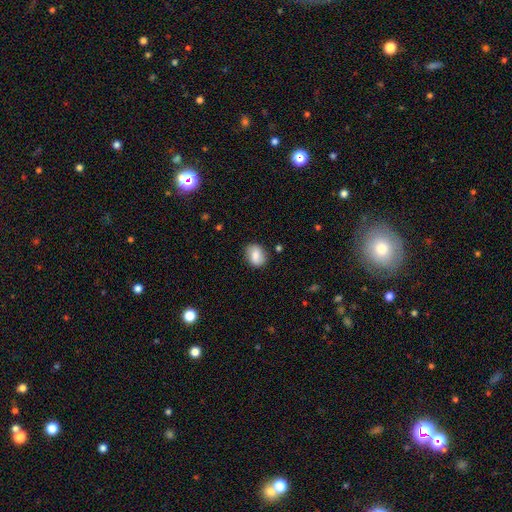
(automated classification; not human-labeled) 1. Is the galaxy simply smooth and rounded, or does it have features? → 78% smooth, 13% featured or disk, 8% star or artifact.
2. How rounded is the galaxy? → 52% in between, 47% round, 1% cigar-shaped.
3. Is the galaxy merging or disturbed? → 81% none, 14% minor disturbance, 3% major disturbance, 2% merger.